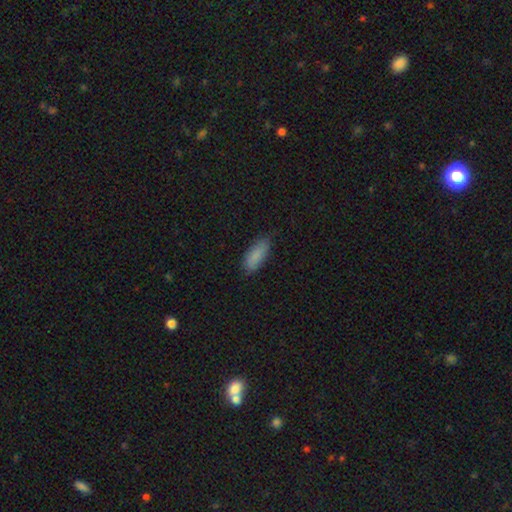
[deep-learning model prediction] Smooth or featured? Predicted: smooth (p=0.86). How rounded? Predicted: in between (p=0.75). Merging? Predicted: none (p=0.79).